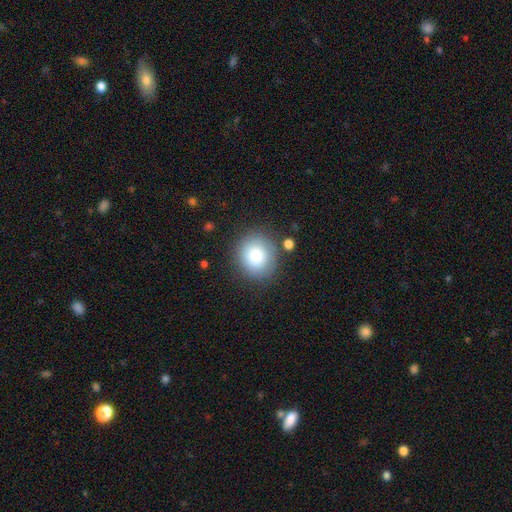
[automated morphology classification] Q: Smooth or featured?
A: smooth (83%); runner-up: star or artifact (9%)
Q: How rounded?
A: round (82%); runner-up: in between (17%)
Q: Merging?
A: none (79%); runner-up: minor disturbance (12%)